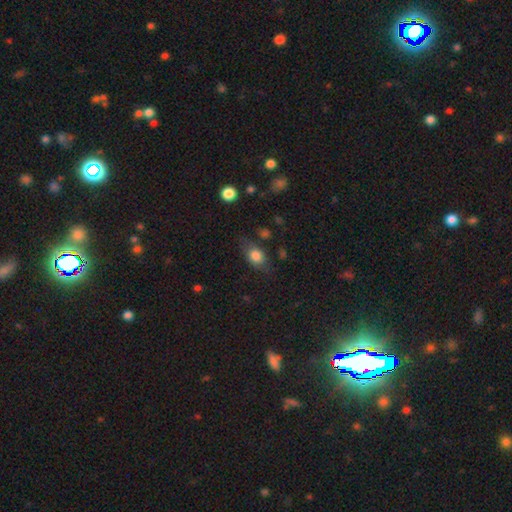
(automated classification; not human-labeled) A smooth galaxy with no disk features (77%) that is in between round and cigar-shaped (70%).

Vote fractions:
- Smooth or featured? smooth: 77% / featured or disk: 14% / star or artifact: 9%
- How rounded? in between: 70% / round: 26% / cigar-shaped: 4%
- Merging? none: 65% / minor disturbance: 24% / major disturbance: 9% / merger: 2%